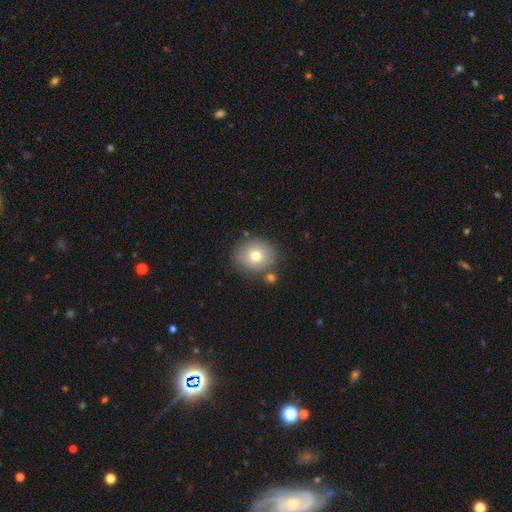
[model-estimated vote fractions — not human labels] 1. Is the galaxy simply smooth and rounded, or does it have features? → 75% smooth, 15% featured or disk, 10% star or artifact.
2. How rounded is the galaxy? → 76% round, 23% in between, 1% cigar-shaped.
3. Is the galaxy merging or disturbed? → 76% none, 12% minor disturbance, 8% merger, 3% major disturbance.